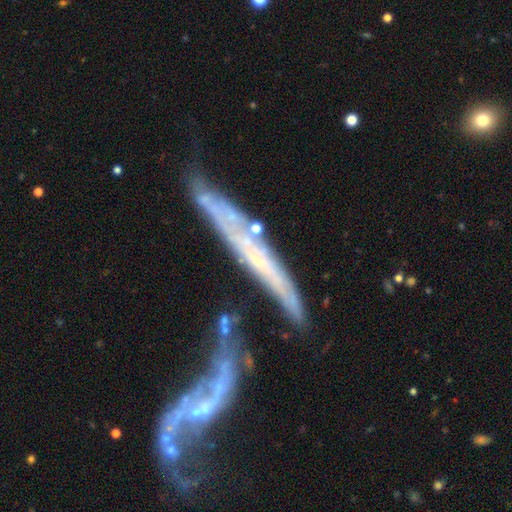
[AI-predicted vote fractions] Q: Smooth or featured?
A: featured or disk (73%); runner-up: smooth (19%)
Q: Edge-on disk?
A: yes (65%); runner-up: no (35%)
Q: Merging?
A: none (36%); runner-up: merger (35%)